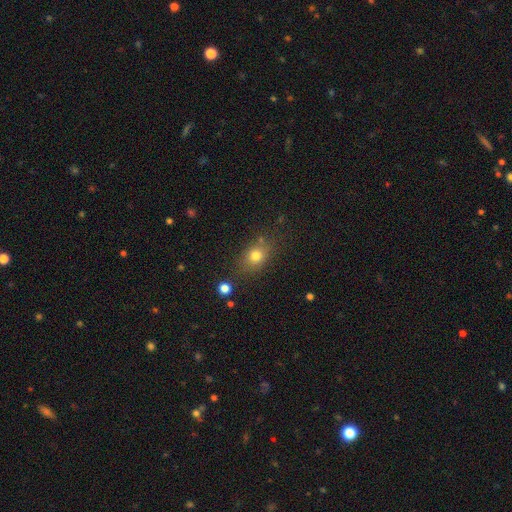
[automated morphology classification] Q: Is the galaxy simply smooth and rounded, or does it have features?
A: smooth — 76%.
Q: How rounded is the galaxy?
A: in between — 55%.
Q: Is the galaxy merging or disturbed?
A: none — 73%.